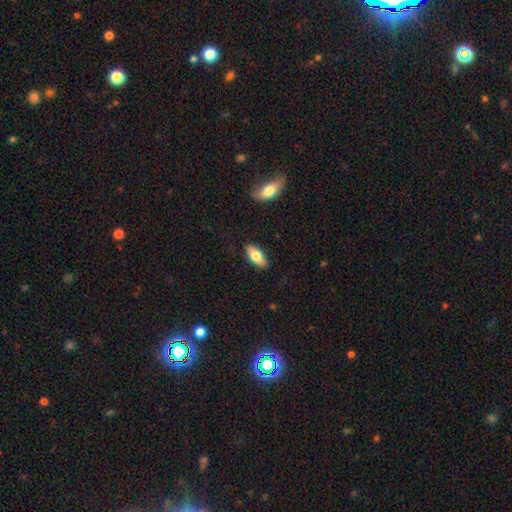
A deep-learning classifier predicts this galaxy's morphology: Smooth or featured: smooth — 76% (featured or disk — 18%)
How rounded: in between — 84% (cigar-shaped — 13%)
Merging: none — 87% (minor disturbance — 10%)